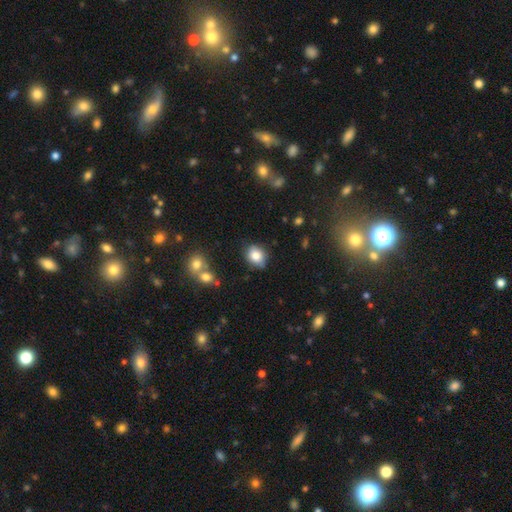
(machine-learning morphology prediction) This appears to be a smooth galaxy with no disk features (83%) that is in between round and cigar-shaped (50%). Merging: none (75%).